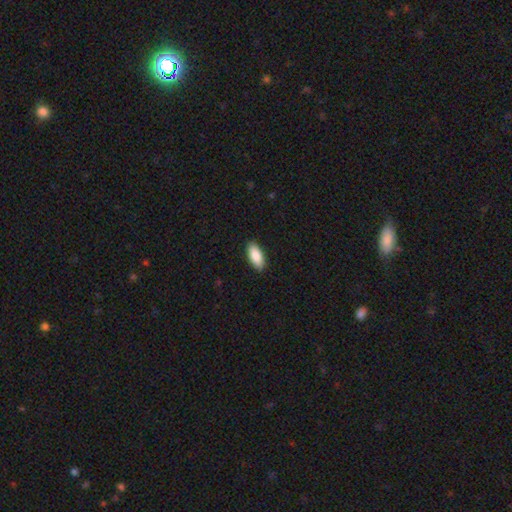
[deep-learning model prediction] Morphology: type=smooth (89%); roundness=in between (87%); merging=none (90%).